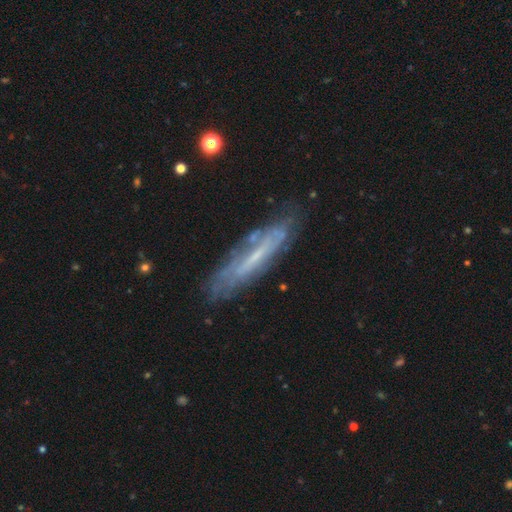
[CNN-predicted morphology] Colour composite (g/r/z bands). It shows a featured or disk galaxy (67%). Merging: none (71%).